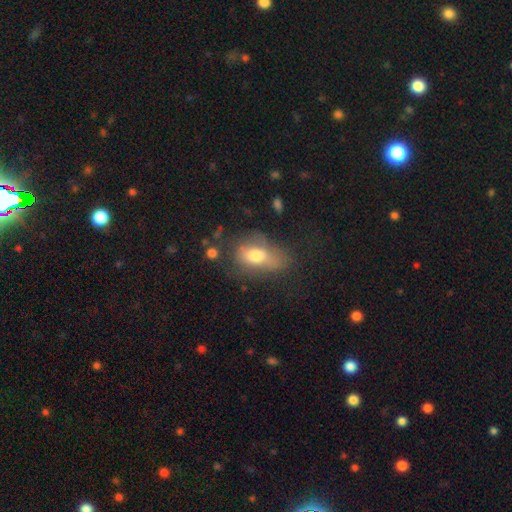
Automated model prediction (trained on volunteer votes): This appears to be a smooth galaxy with no disk features (65%) that is in between round and cigar-shaped (84%). Merging: none (36%).